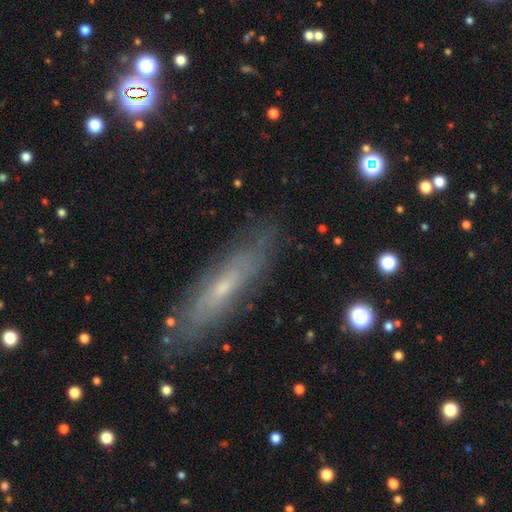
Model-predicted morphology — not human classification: Q: Smooth or featured?
A: featured or disk (58%); runner-up: smooth (31%)
Q: Edge-on disk?
A: yes (56%); runner-up: no (44%)
Q: Merging?
A: none (85%); runner-up: minor disturbance (11%)